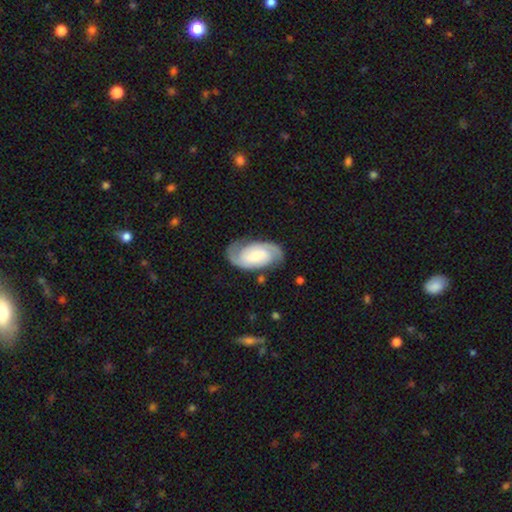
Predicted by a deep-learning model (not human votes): Morphology: type=featured or disk (79%); edge-on=no (97%); bar=no (47%); spiral arms=yes (95%); winding=tight (45%); arm count=2 (89%); bulge=small (47%); merging=none (76%).